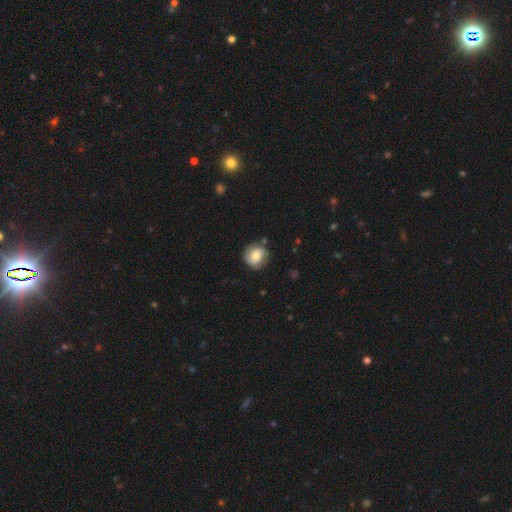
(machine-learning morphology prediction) smooth_or_featured: smooth (p=0.60) [alt: featured or disk p=0.32]
how_rounded: round (p=0.88) [alt: in between p=0.11]
merging: none (p=0.76) [alt: minor disturbance p=0.17]